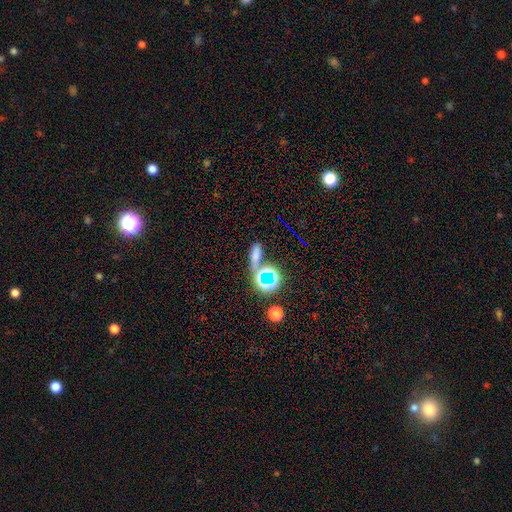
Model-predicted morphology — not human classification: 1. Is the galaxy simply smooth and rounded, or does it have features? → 54% smooth, 34% star or artifact, 12% featured or disk.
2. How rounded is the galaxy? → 56% in between, 23% cigar-shaped, 21% round.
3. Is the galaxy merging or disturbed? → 54% none, 26% merger, 13% minor disturbance, 8% major disturbance.